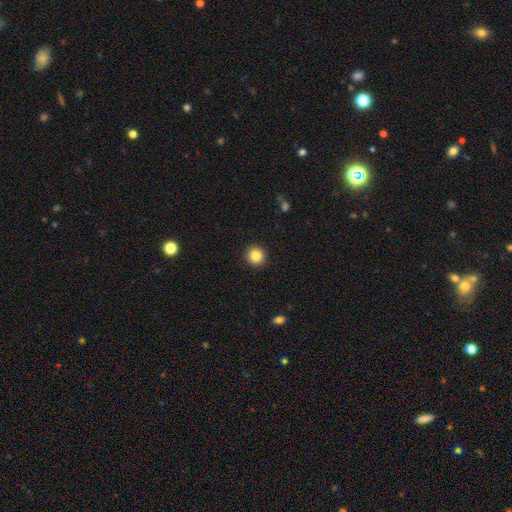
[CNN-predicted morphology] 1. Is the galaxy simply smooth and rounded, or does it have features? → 86% smooth, 10% star or artifact, 4% featured or disk.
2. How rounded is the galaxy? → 94% round, 5% in between, 1% cigar-shaped.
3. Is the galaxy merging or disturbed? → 92% none, 5% minor disturbance, 2% major disturbance, 1% merger.